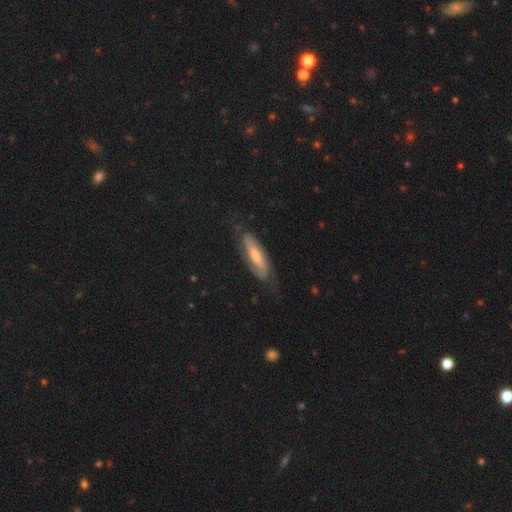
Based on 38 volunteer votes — Smooth or featured: featured or disk — 74% (smooth — 24%)
Edge-on disk: no — 82% (yes — 18%)
Bar: no — 43% (weak — 39%)
Spiral arms: yes — 100%
Spiral winding: medium — 39% (tight — 35%)
Spiral arm count: 2 — 65% (1 — 17%)
Bulge size: small — 52% (moderate — 30%)
Merging: none — 59% (minor disturbance — 30%)